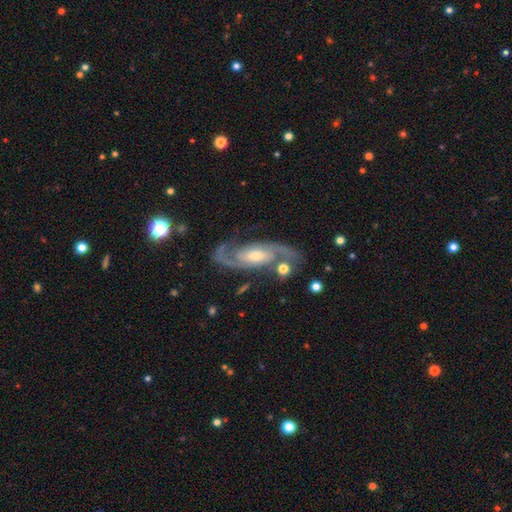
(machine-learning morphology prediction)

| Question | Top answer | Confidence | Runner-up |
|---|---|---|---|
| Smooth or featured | featured or disk | 91% | star or artifact (4%) |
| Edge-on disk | no | 95% | yes (5%) |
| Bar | weak | 42% | no (39%) |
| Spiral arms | yes | 98% | no (2%) |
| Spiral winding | medium | 57% | tight (22%) |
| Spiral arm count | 2 | 93% | can't tell (2%) |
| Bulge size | moderate | 55% | small (35%) |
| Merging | none | 77% | minor disturbance (13%) |